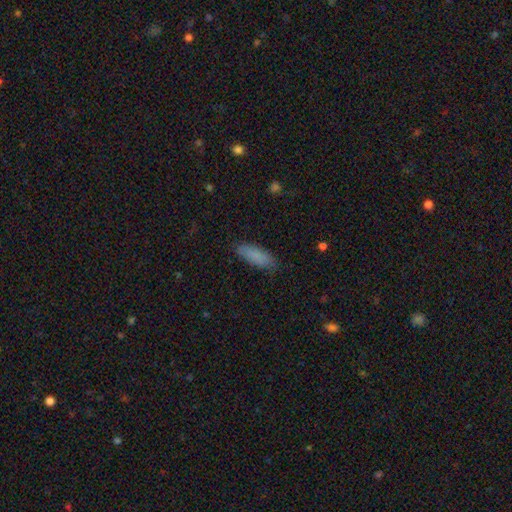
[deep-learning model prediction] Smooth or featured? smooth (86%)
How rounded? in between (63%)
Merging? none (82%)